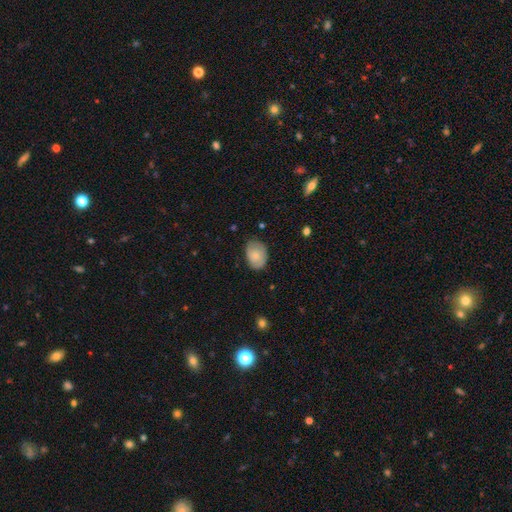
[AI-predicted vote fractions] smooth-or-featured: smooth: 78% | featured or disk: 16% | star or artifact: 7%
  how-rounded: in between: 79% | round: 20% | cigar-shaped: 1%
  merging: none: 71% | minor disturbance: 24% | major disturbance: 4% | merger: 1%